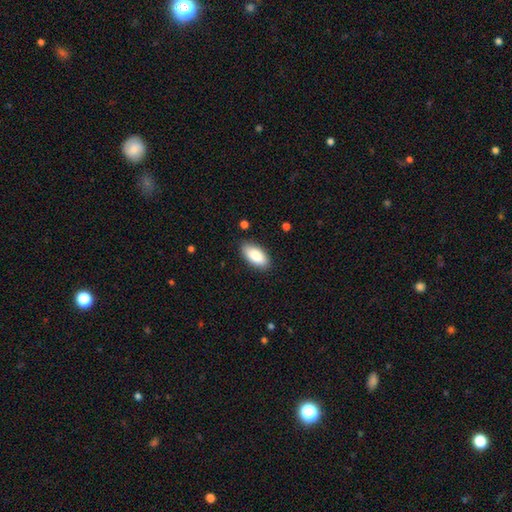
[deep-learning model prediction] Smooth or featured? smooth (86%)
How rounded? in between (92%)
Merging? none (87%)